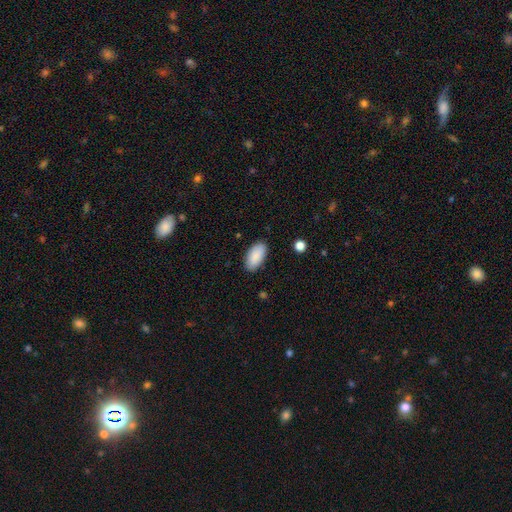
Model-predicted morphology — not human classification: Q: Smooth or featured?
A: smooth (90%); runner-up: star or artifact (6%)
Q: How rounded?
A: in between (95%); runner-up: cigar-shaped (3%)
Q: Merging?
A: none (88%); runner-up: minor disturbance (9%)